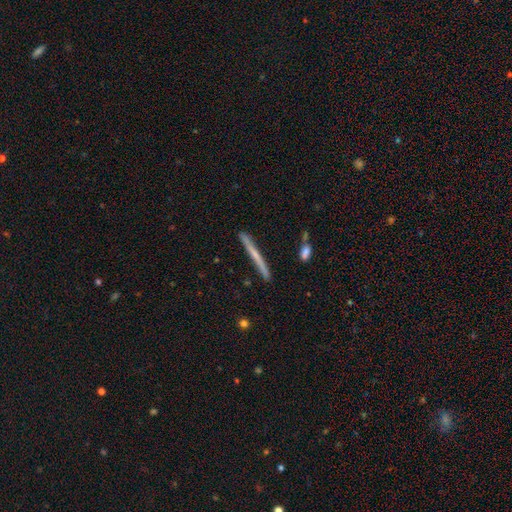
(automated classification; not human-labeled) This is possibly a featured or disk galaxy (53%). It is clearly viewed edge-on (97%). Edge-on bulge: likely none (69%). Merging: clearly none (87%).